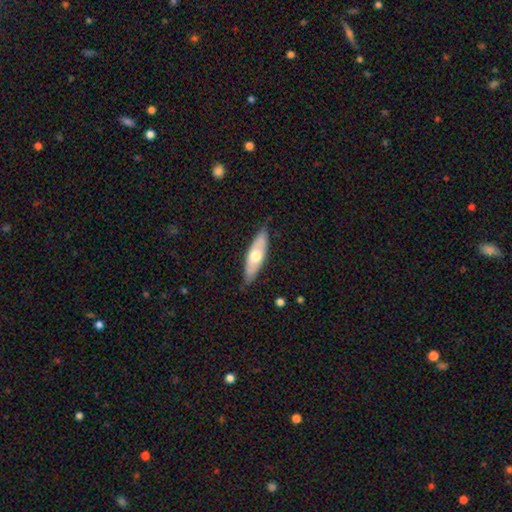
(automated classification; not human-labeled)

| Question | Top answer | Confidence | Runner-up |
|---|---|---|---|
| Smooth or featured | smooth | 53% | featured or disk (42%) |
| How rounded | in between | 51% | cigar-shaped (47%) |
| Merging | none | 82% | minor disturbance (15%) |